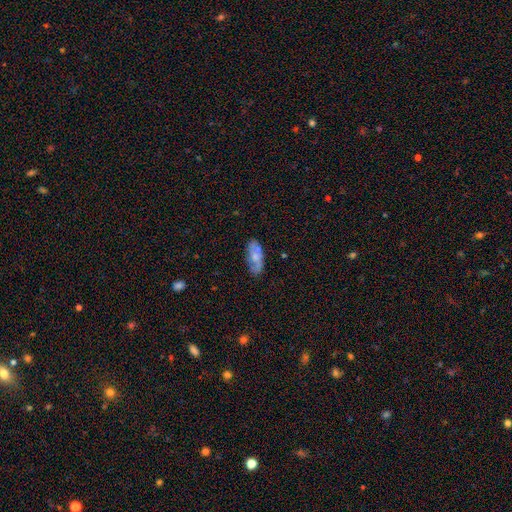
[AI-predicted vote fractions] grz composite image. It shows a smooth galaxy with no disk features (54%) that is in between round and cigar-shaped (83%). Merging: none (65%).